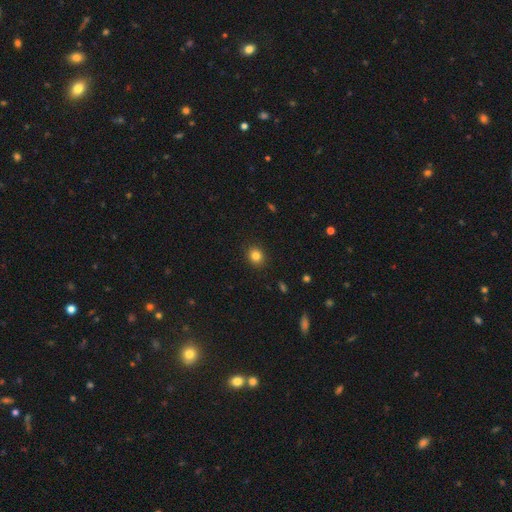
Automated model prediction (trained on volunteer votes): This is clearly a smooth galaxy (83%). How rounded: likely round (73%). Merging: clearly none (90%).